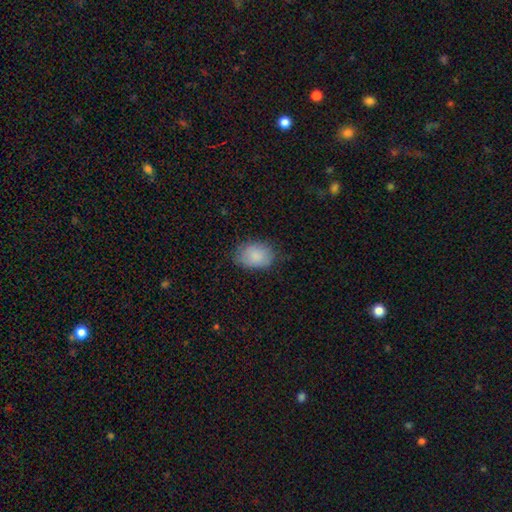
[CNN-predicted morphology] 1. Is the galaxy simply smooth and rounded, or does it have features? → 86% smooth, 7% star or artifact, 7% featured or disk.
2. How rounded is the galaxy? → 77% in between, 22% round, 1% cigar-shaped.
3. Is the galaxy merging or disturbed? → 73% none, 21% minor disturbance, 5% major disturbance, 1% merger.